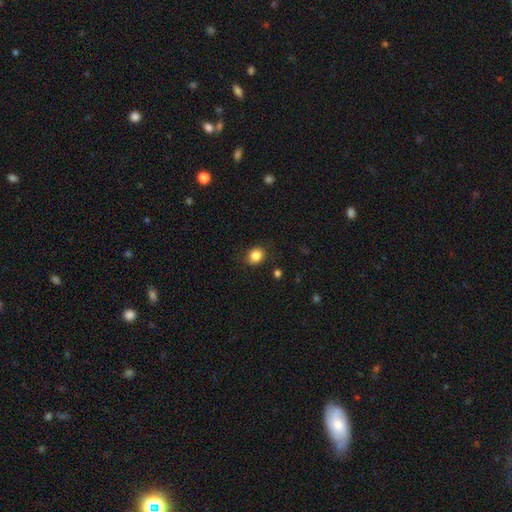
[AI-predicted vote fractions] Smooth or featured? smooth (84%)
How rounded? round (66%)
Merging? none (87%)